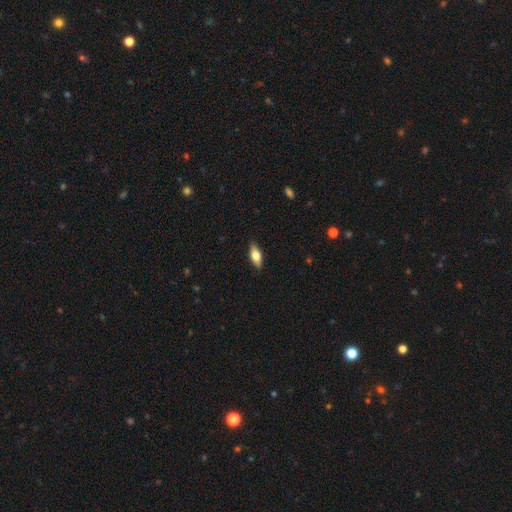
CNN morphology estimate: This appears to be a smooth galaxy with no disk features (67%) that is in between round and cigar-shaped (77%). Merging: none (88%).